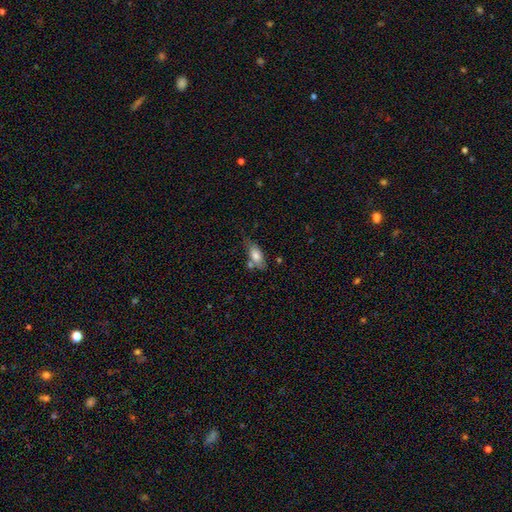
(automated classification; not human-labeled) smooth-or-featured: smooth: 76% | featured or disk: 17% | star or artifact: 7%
  how-rounded: in between: 83% | cigar-shaped: 14% | round: 4%
  merging: none: 52% | minor disturbance: 25% | merger: 15% | major disturbance: 8%